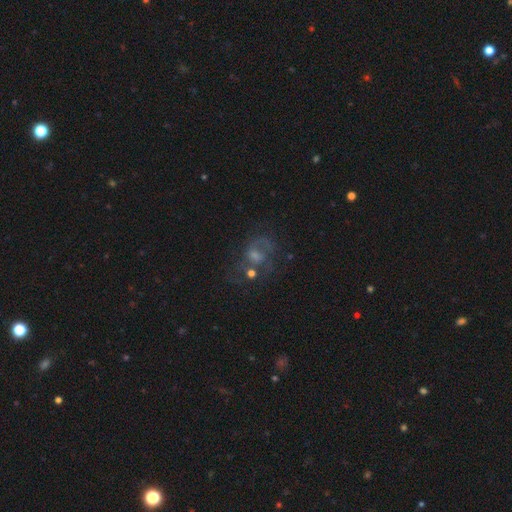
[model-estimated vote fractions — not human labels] Smooth or featured? Predicted: featured or disk (p=0.59). Edge-on disk? Predicted: no (p=0.98). Bar? Predicted: no (p=0.62). Spiral arms? Predicted: yes (p=0.67). Bulge size? Predicted: moderate (p=0.40). Merging? Predicted: none (p=0.37).